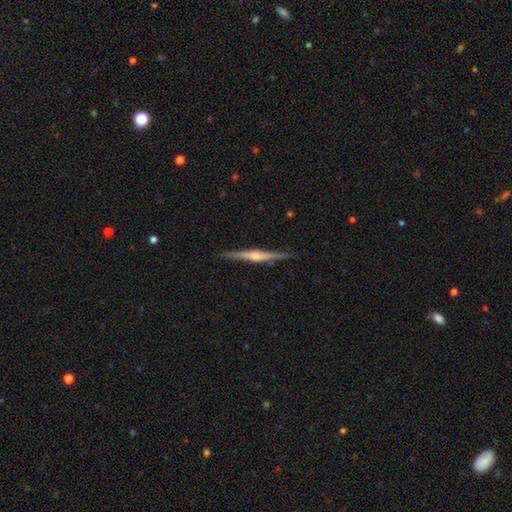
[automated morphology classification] Smooth or featured? featured or disk (77%)
Edge-on disk? yes (98%)
Edge-on bulge? rounded (77%)
Merging? none (90%)